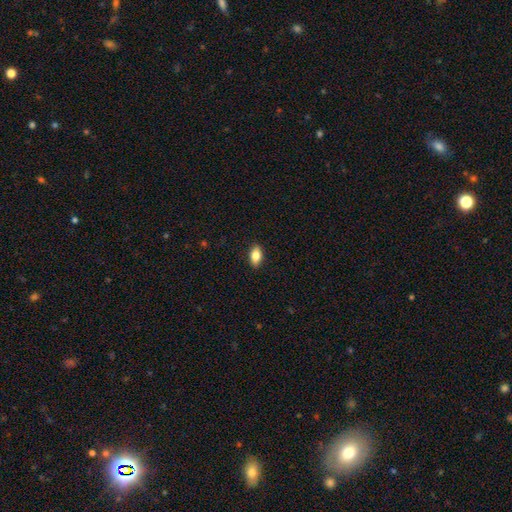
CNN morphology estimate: The model was most divided on "smooth or featured": smooth: 80%, featured or disk: 12%, star or artifact: 8%. More confident: merging — none (89%); how rounded — in between (88%).